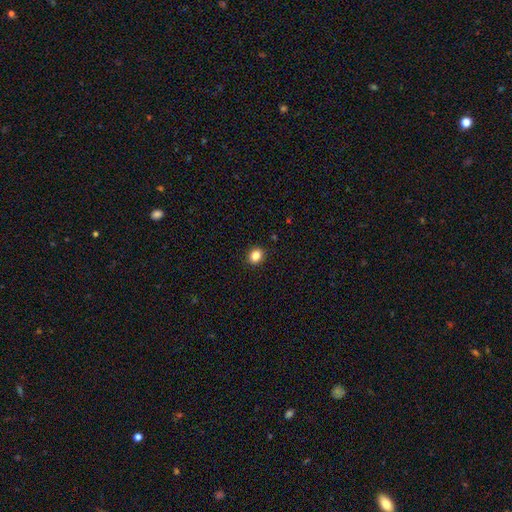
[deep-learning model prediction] A smooth galaxy with no disk features (86%) that is round (58%). Merging: none (91%).